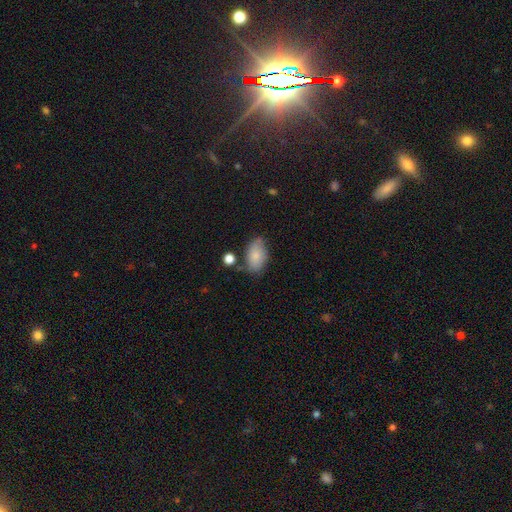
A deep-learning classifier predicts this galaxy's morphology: Q: Smooth or featured?
A: smooth (81%); runner-up: featured or disk (11%)
Q: How rounded?
A: in between (91%); runner-up: round (7%)
Q: Merging?
A: none (65%); runner-up: minor disturbance (23%)